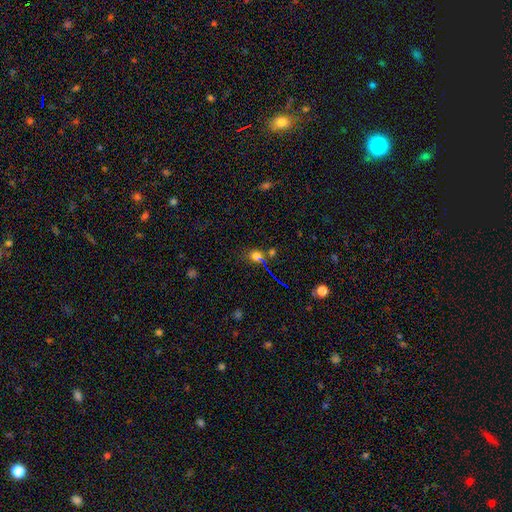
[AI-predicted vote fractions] Overall: smooth (64%; star or artifact 26%). How rounded: round (61%; in between 36%). Merging: none (56%; merger 22%).